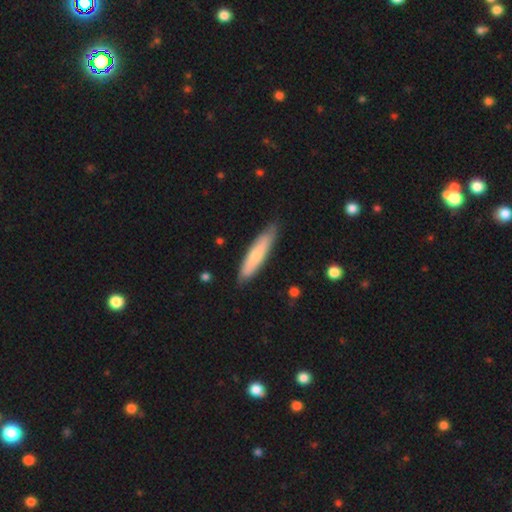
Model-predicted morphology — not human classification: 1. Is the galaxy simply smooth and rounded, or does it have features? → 69% smooth, 26% featured or disk, 5% star or artifact.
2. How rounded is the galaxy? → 84% cigar-shaped, 15% in between, 1% round.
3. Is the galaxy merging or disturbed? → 84% none, 13% minor disturbance, 2% major disturbance, 1% merger.